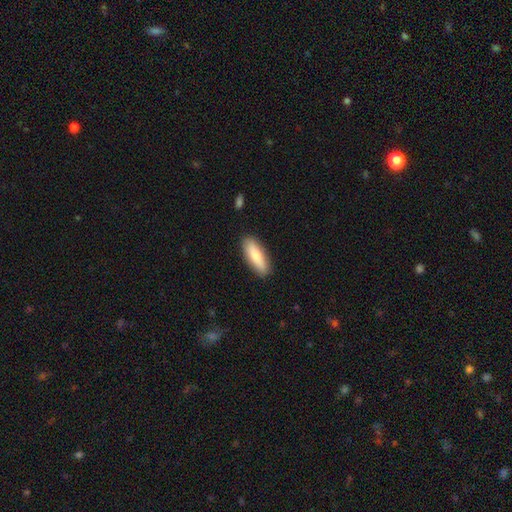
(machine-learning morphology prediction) Smooth or featured? smooth (80%)
How rounded? in between (54%)
Merging? none (88%)